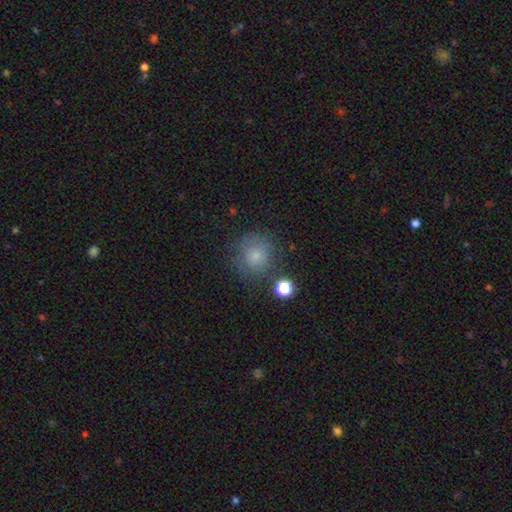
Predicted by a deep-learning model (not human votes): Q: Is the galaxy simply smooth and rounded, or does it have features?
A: smooth — 75%.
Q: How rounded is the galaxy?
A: round — 90%.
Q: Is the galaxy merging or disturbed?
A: none — 70%.